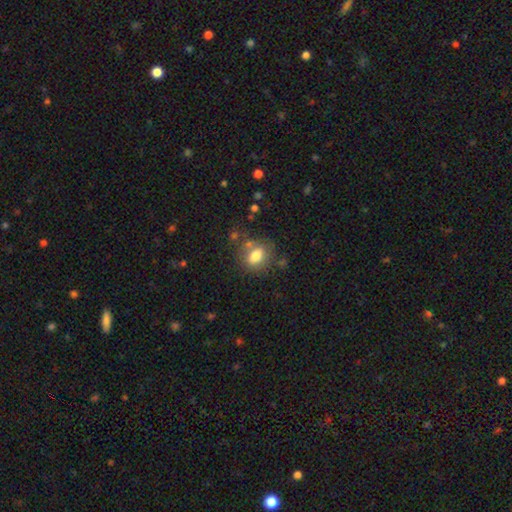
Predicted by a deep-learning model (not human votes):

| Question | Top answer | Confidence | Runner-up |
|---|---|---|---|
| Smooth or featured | smooth | 79% | featured or disk (11%) |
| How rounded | in between | 64% | round (34%) |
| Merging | none | 68% | minor disturbance (16%) |